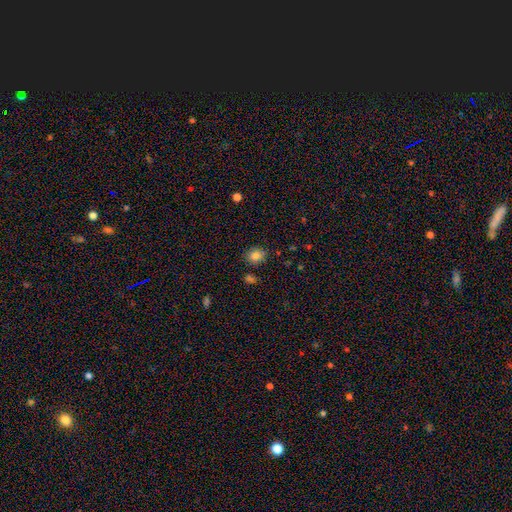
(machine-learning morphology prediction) A smooth galaxy with no disk features (83%) that is round (60%). Merging: none (80%).